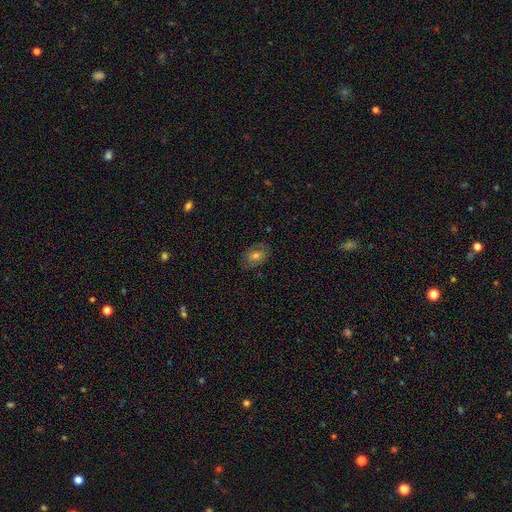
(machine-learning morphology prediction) Overall: smooth (55%; featured or disk 30%). How rounded: in between (76%). Merging: none (81%).